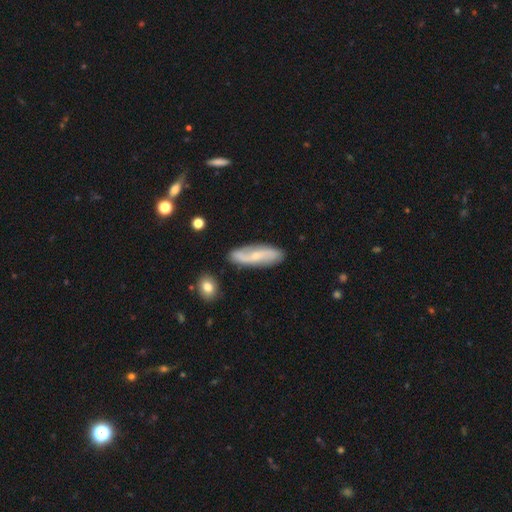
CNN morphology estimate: smooth_or_featured: featured or disk (p=0.65) [alt: smooth p=0.28]
disk_edge_on: no (p=0.86) [alt: yes p=0.14]
bar: no (p=0.48) [alt: weak p=0.37]
has_spiral_arms: yes (p=0.90) [alt: no p=0.10]
spiral_winding: loose (p=0.59) [alt: medium p=0.27]
spiral_arm_count: 2 (p=0.88) [alt: can't tell p=0.07]
bulge_size: small (p=0.69) [alt: moderate p=0.23]
merging: none (p=0.84) [alt: minor disturbance p=0.12]